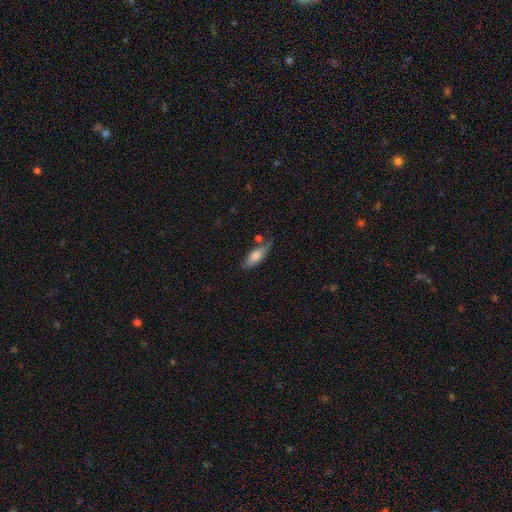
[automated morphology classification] The model was most divided on "how rounded": in between: 58%, cigar-shaped: 40%, round: 2%. More confident: smooth or featured — smooth (76%); merging — none (62%).